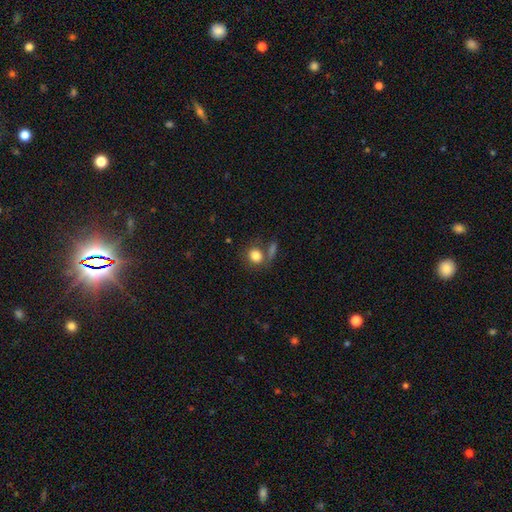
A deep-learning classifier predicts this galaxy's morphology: Smooth or featured?
  - smooth: 83% *
  - star or artifact: 9%
  - featured or disk: 8%
How rounded?
  - round: 64% *
  - in between: 34%
  - cigar-shaped: 2%
Merging?
  - none: 56% *
  - merger: 24%
  - minor disturbance: 13%
  - major disturbance: 7%